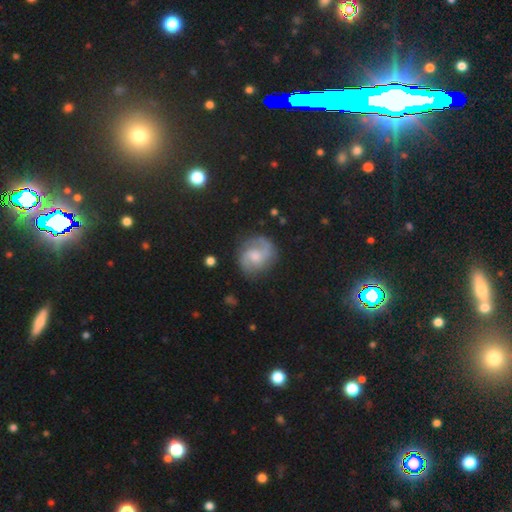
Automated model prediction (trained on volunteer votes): The model was most divided on "bar": no: 51%, weak: 42%, strong: 7%. Remaining: edge-on disk — no (98%); spiral arms — yes (92%); spiral arm count — 2 (84%); merging — none (75%); smooth or featured — featured or disk (71%); spiral winding — medium (50%); bulge size — moderate (43%).